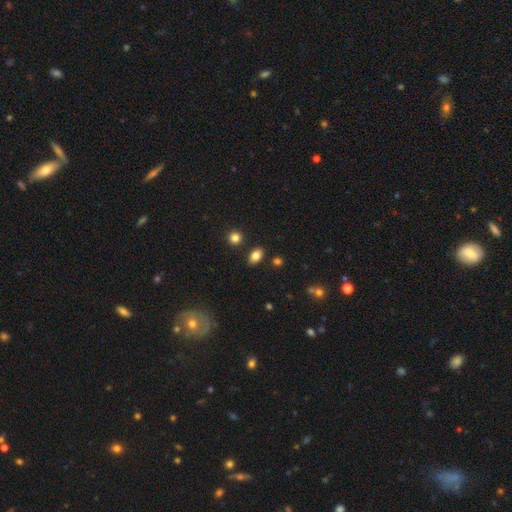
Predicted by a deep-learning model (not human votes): This appears to be a smooth galaxy with no disk features (83%) that is in between round and cigar-shaped (83%). Merging: none (84%).